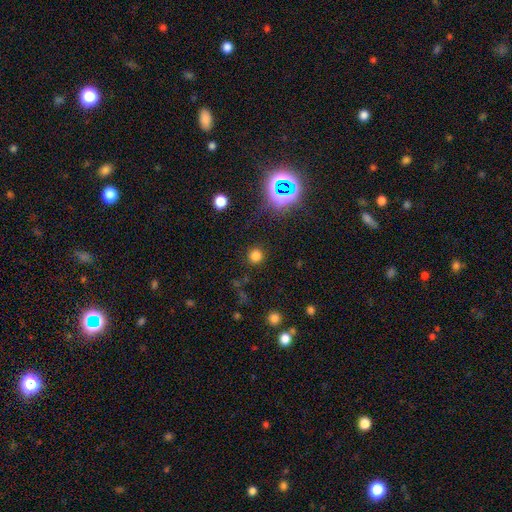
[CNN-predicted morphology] A smooth galaxy with no disk features (75%) that is round (91%).

Vote fractions:
- Smooth or featured? smooth: 75% / star or artifact: 20% / featured or disk: 5%
- How rounded? round: 91% / in between: 8% / cigar-shaped: 1%
- Merging? none: 88% / minor disturbance: 6% / major disturbance: 3% / merger: 2%